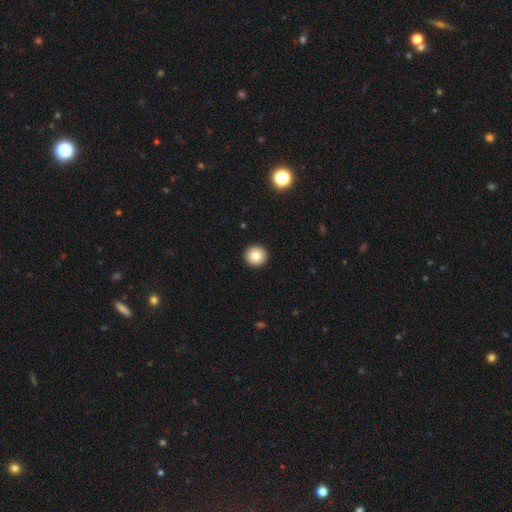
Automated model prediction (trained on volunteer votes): Smooth or featured: smooth — 82% (star or artifact — 10%)
How rounded: round — 95% (in between — 4%)
Merging: none — 94% (minor disturbance — 4%)